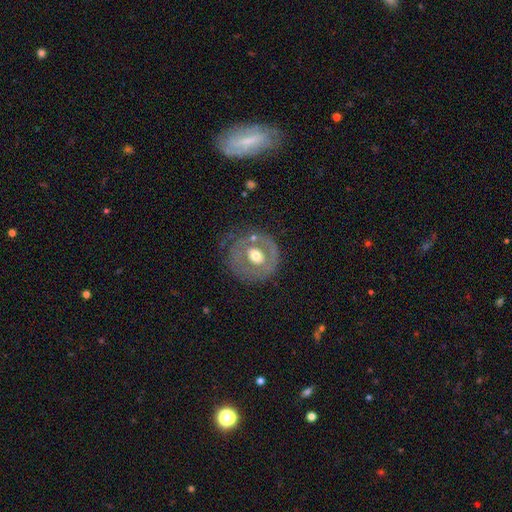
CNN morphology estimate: The model was most divided on "smooth or featured": featured or disk: 54%, smooth: 39%, star or artifact: 7%. More confident: edge-on disk — no (95%); spiral arms — no (80%); bar — no (79%); bulge size — moderate (69%); merging — none (66%).